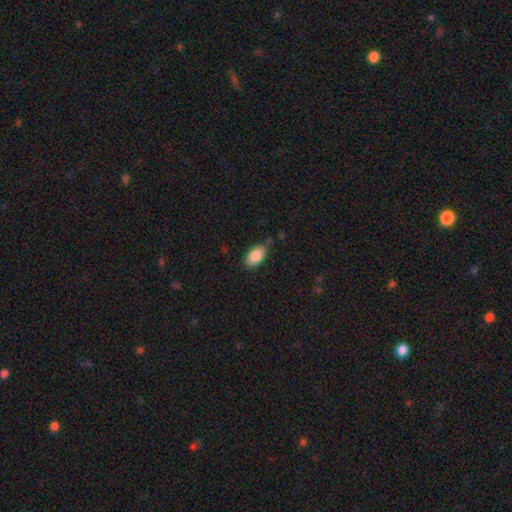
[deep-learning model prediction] smooth_or_featured: smooth (p=0.86) [alt: featured or disk p=0.07]
how_rounded: in between (p=0.92) [alt: round p=0.05]
merging: none (p=0.76) [alt: minor disturbance p=0.18]